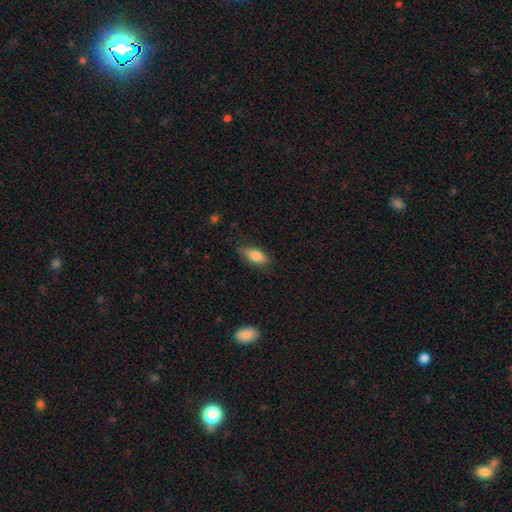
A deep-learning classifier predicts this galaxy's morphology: smooth_or_featured: smooth (p=0.82) [alt: featured or disk p=0.11]
how_rounded: in between (p=0.87) [alt: cigar-shaped p=0.10]
merging: none (p=0.75) [alt: minor disturbance p=0.19]